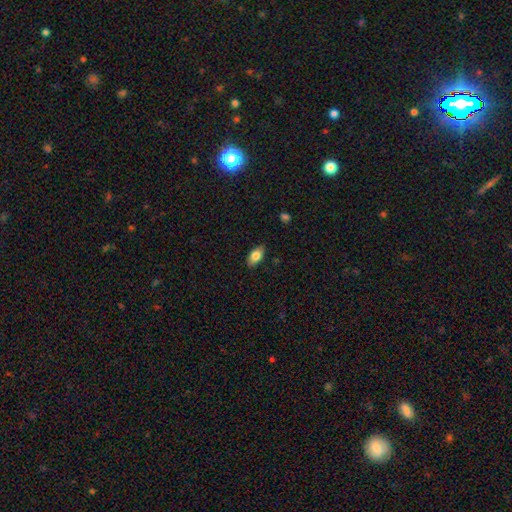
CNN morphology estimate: Smooth or featured?
  - smooth: 80% *
  - featured or disk: 13%
  - star or artifact: 7%
How rounded?
  - in between: 92% *
  - round: 4%
  - cigar-shaped: 4%
Merging?
  - none: 85% *
  - minor disturbance: 12%
  - major disturbance: 2%
  - merger: 1%